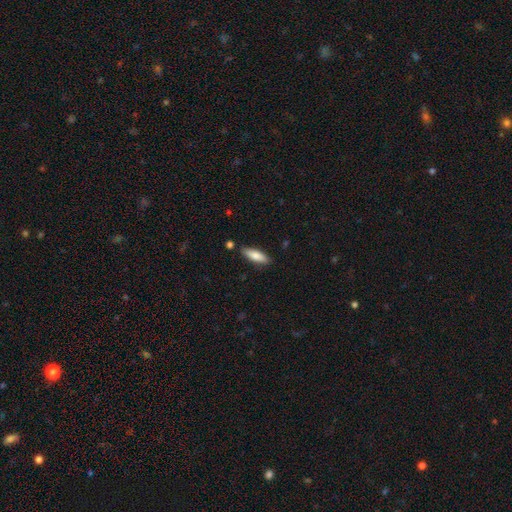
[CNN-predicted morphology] This appears to be a smooth galaxy with no disk features (78%) that is cigar-shaped (51%). Merging: none (85%).